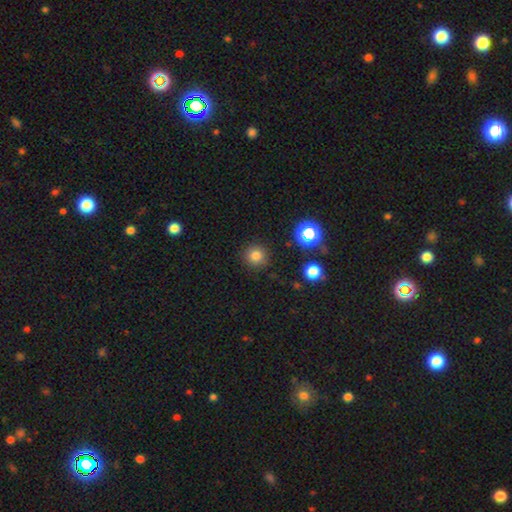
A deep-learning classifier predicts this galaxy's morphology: Overall: smooth (78%). How rounded: round (94%). Merging: none (90%).